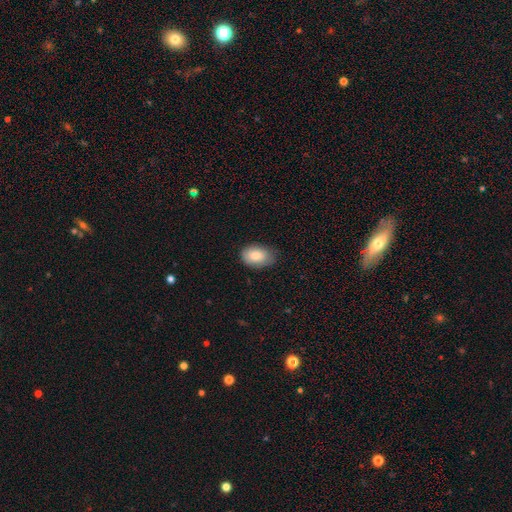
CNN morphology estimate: Smooth or featured?
  - smooth: 83% *
  - featured or disk: 10%
  - star or artifact: 7%
How rounded?
  - in between: 88% *
  - round: 11%
  - cigar-shaped: 1%
Merging?
  - none: 74% *
  - minor disturbance: 22%
  - major disturbance: 4%
  - merger: 1%